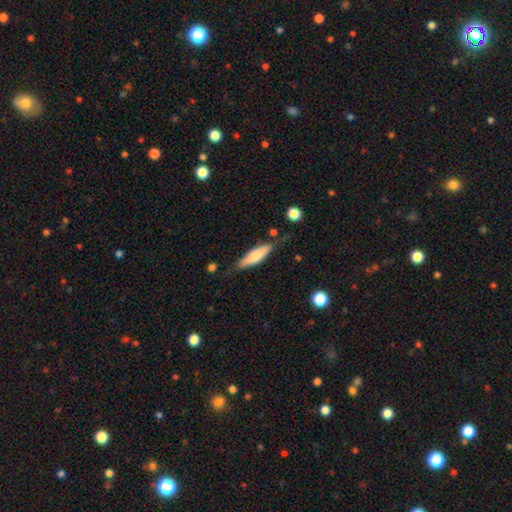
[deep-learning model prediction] smooth_or_featured: smooth (p=0.68) [alt: featured or disk p=0.27]
how_rounded: cigar-shaped (p=0.61) [alt: in between p=0.37]
merging: none (p=0.70) [alt: minor disturbance p=0.21]